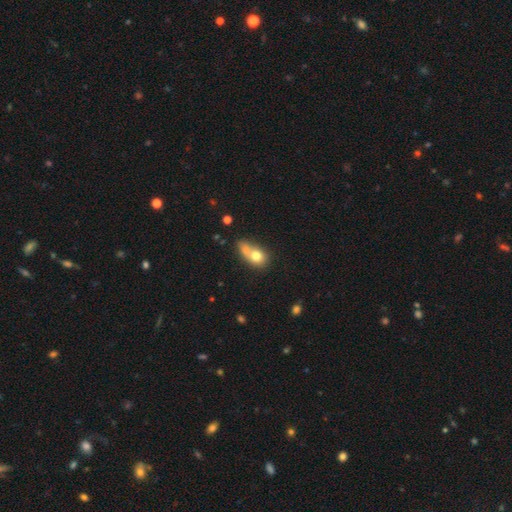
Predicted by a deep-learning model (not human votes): This appears to be a smooth galaxy with no disk features (72%) that is in between round and cigar-shaped (50%). Merging: merger (56%).